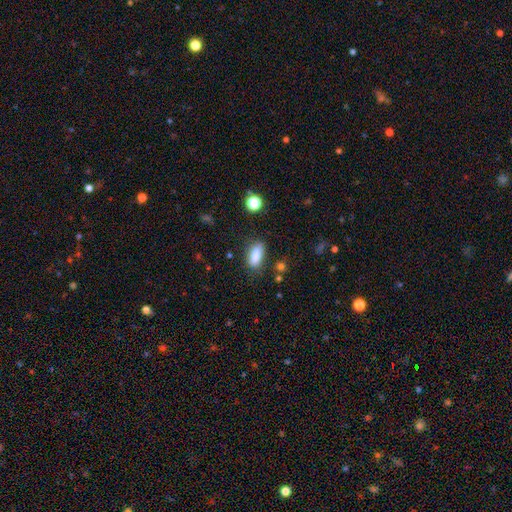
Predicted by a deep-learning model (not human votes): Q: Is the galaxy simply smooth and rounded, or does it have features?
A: smooth — 83%.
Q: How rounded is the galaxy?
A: in between — 82%.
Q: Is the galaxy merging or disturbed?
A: none — 75%.